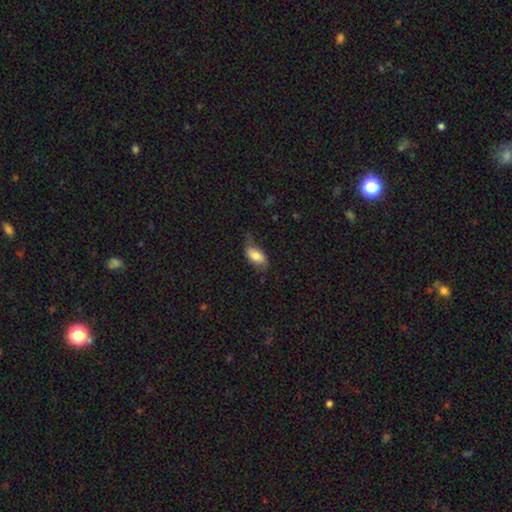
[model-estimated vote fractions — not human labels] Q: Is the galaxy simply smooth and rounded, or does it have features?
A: smooth — 72%.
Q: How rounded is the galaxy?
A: in between — 90%.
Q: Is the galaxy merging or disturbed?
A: none — 49%.